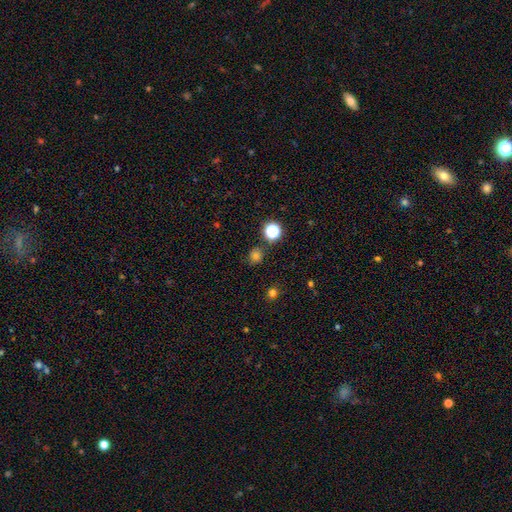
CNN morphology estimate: Smooth or featured?
  - smooth: 66% *
  - star or artifact: 28%
  - featured or disk: 6%
How rounded?
  - round: 88% *
  - in between: 11%
  - cigar-shaped: 1%
Merging?
  - none: 84% *
  - minor disturbance: 8%
  - merger: 5%
  - major disturbance: 3%